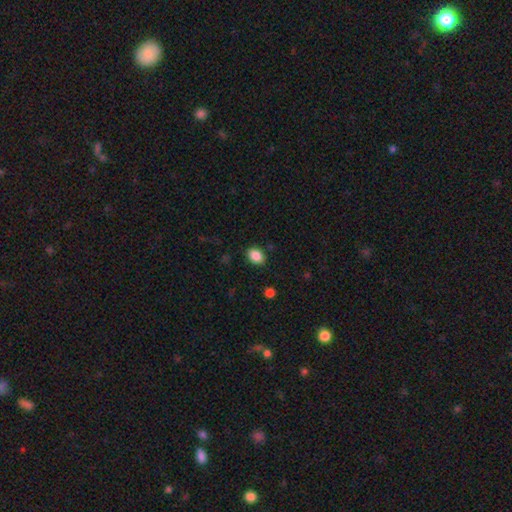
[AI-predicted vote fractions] This appears to be a smooth galaxy with no disk features (88%) that is in between round and cigar-shaped (72%). Merging: none (86%).